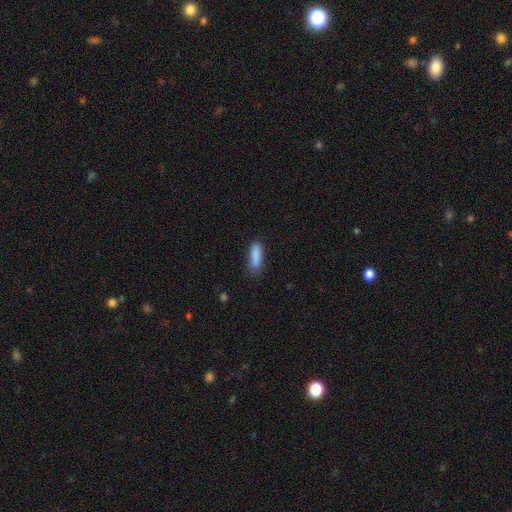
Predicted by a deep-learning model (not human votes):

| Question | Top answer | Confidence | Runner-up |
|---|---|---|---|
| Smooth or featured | smooth | 87% | star or artifact (7%) |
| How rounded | cigar-shaped | 51% | in between (48%) |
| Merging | none | 74% | minor disturbance (20%) |